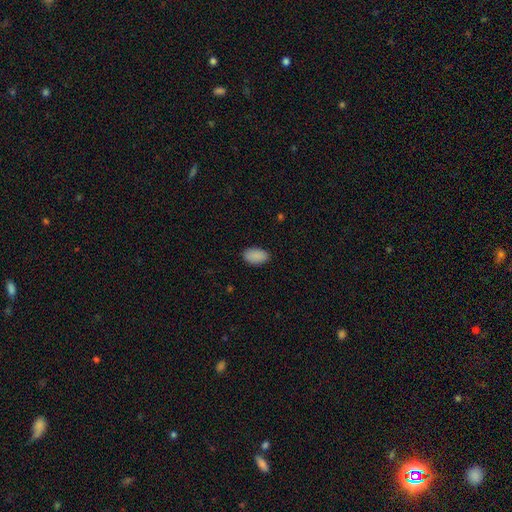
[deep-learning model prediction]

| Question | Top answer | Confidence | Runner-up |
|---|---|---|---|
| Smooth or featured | smooth | 90% | star or artifact (7%) |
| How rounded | in between | 94% | round (4%) |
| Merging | none | 87% | minor disturbance (10%) |